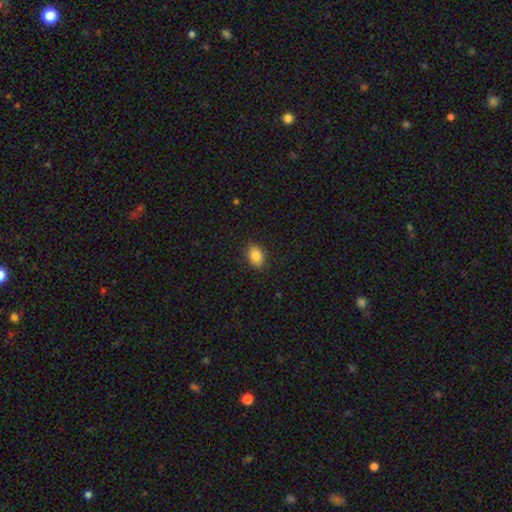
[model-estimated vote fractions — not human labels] This appears to be a smooth galaxy with no disk features (86%) that is in between round and cigar-shaped (82%). Merging: none (88%).